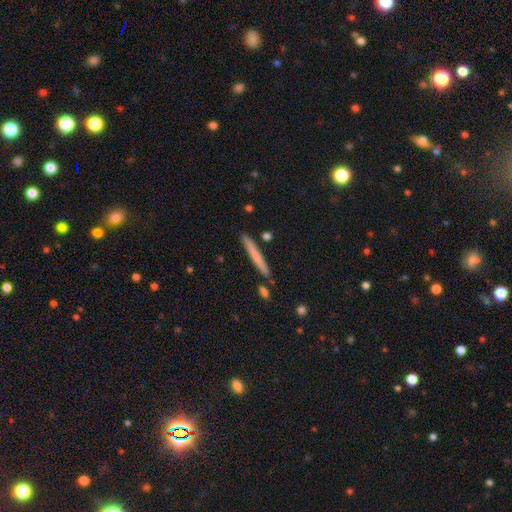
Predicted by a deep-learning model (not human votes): Overall: smooth (65%; featured or disk 29%). How rounded: cigar-shaped (96%). Merging: none (86%).